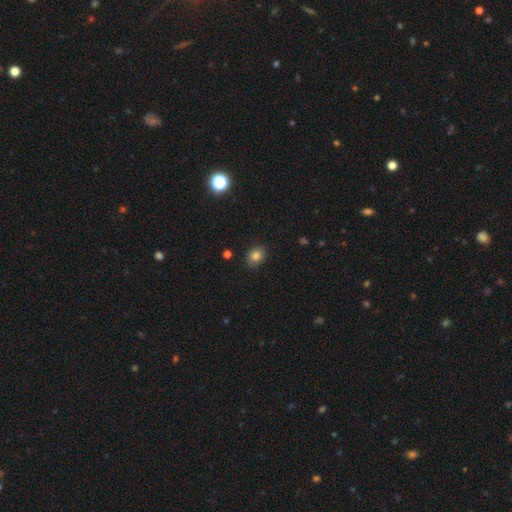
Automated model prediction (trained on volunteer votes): This appears to be a smooth galaxy with no disk features (82%) that is in between round and cigar-shaped (61%). Merging: none (86%).